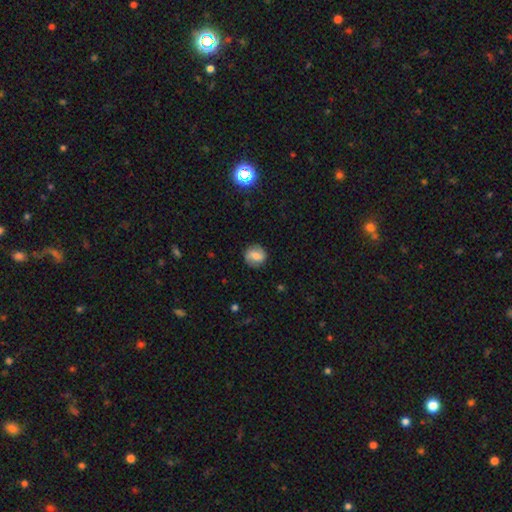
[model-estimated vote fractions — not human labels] smooth-or-featured: smooth: 51% | featured or disk: 40% | star or artifact: 10%
  how-rounded: round: 83% | in between: 16% | cigar-shaped: 1%
  merging: none: 86% | minor disturbance: 10% | major disturbance: 3% | merger: 1%